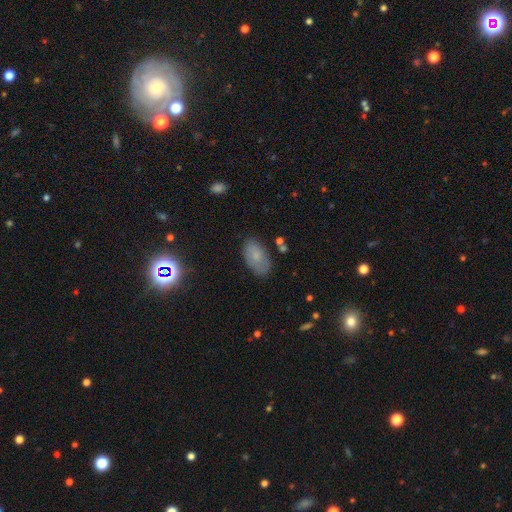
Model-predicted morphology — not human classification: This is likely a smooth galaxy (71%). How rounded: clearly in between (93%). Merging: likely none (76%).